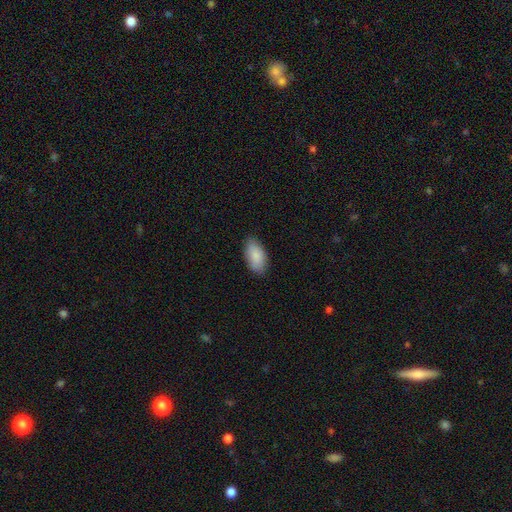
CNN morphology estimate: A smooth galaxy with no disk features (88%) that is in between round and cigar-shaped (94%).

Vote fractions:
- Smooth or featured? smooth: 88% / featured or disk: 6% / star or artifact: 6%
- How rounded? in between: 94% / cigar-shaped: 4% / round: 2%
- Merging? none: 84% / minor disturbance: 13% / major disturbance: 2% / merger: 1%